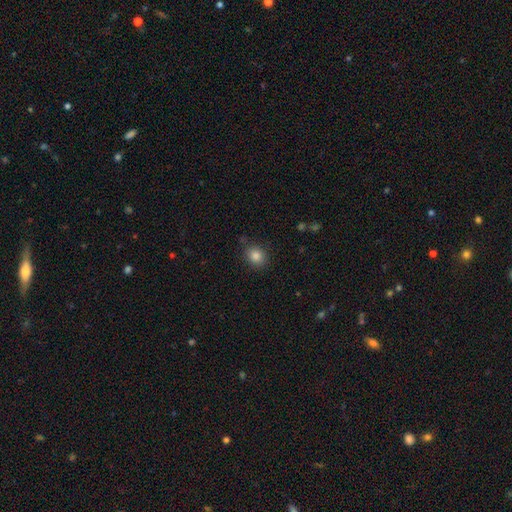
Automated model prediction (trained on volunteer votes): Morphology: type=smooth (85%); roundness=round (65%); merging=none (84%).